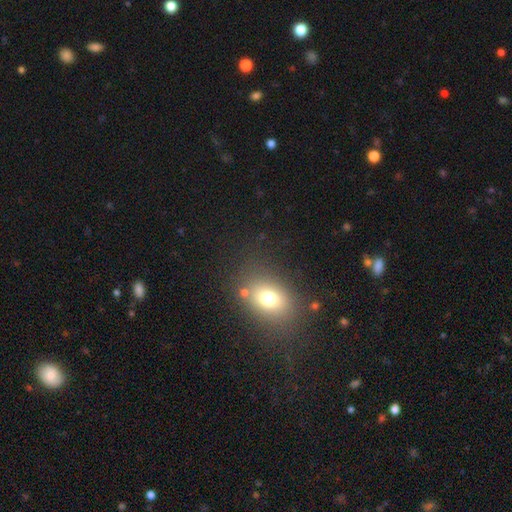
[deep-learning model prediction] This is likely a smooth galaxy (64%). How rounded: possibly in between (54%). Merging: likely none (76%).